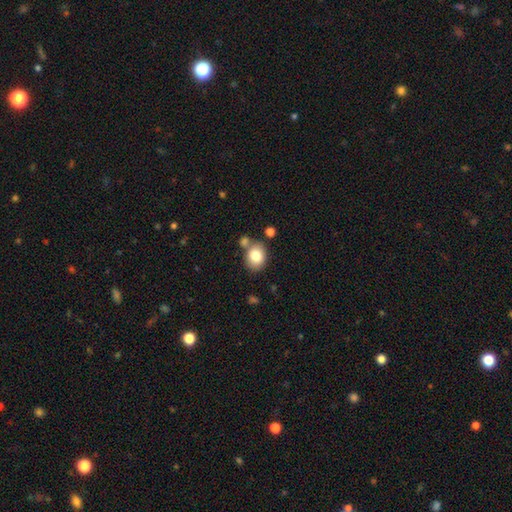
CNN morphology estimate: smooth 80%, featured or disk 11%, star or artifact 9%. Down the decision tree: how rounded — in between (51%); merging — none (65%).